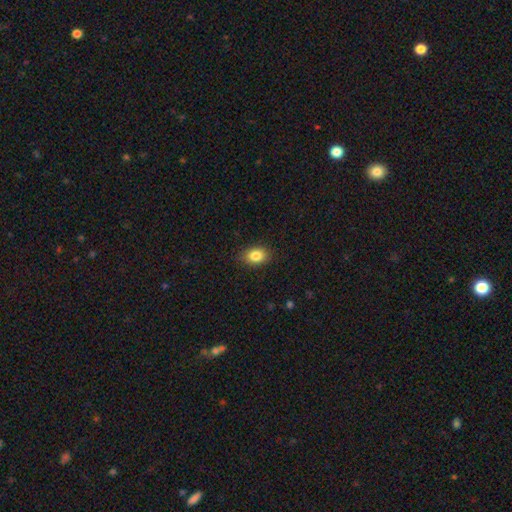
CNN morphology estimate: smooth-or-featured: smooth: 86% | star or artifact: 9% | featured or disk: 6%
  how-rounded: in between: 77% | round: 22% | cigar-shaped: 1%
  merging: none: 86% | minor disturbance: 10% | major disturbance: 2% | merger: 1%